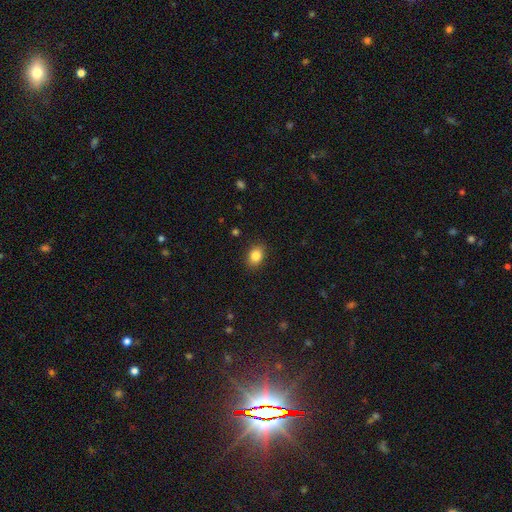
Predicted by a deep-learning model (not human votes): Smooth or featured? Predicted: smooth (p=0.84). How rounded? Predicted: in between (p=0.67). Merging? Predicted: none (p=0.88).